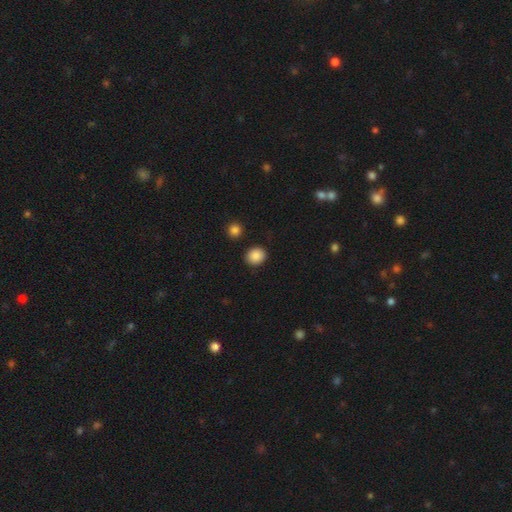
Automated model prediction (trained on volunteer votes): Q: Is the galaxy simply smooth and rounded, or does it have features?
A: smooth — 88%.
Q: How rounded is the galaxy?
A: round — 75%.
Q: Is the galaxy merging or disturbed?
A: none — 89%.